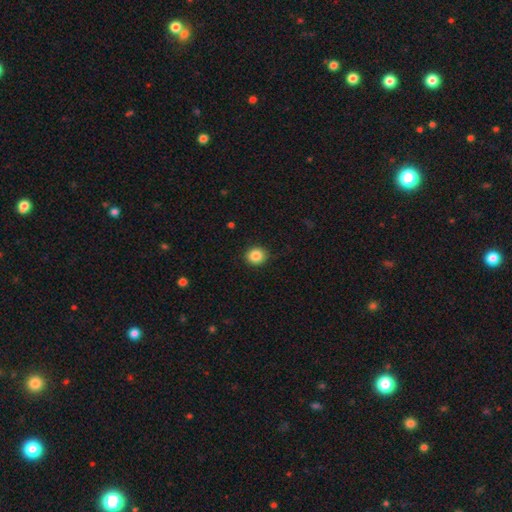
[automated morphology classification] Smooth or featured? smooth (86%)
How rounded? round (85%)
Merging? none (89%)